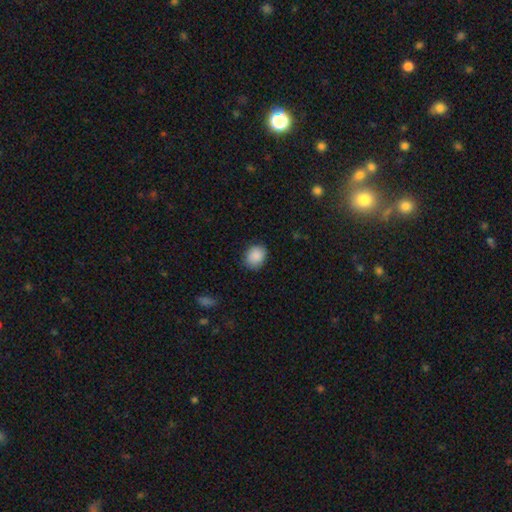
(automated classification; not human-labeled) smooth 89%, star or artifact 7%, featured or disk 4%. Down the decision tree: how rounded — round (62%); merging — none (83%).